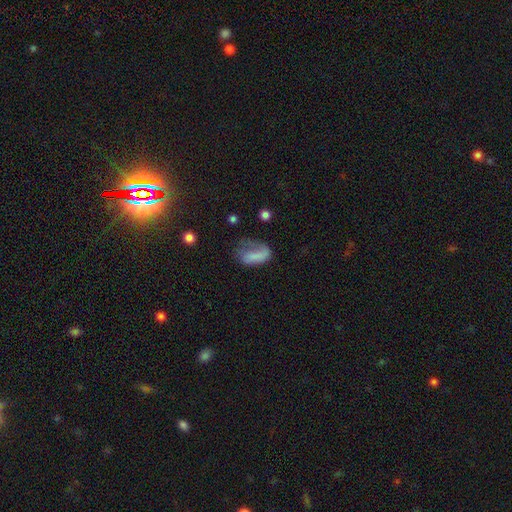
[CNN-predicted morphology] Smooth or featured?
  - smooth: 62% *
  - featured or disk: 28%
  - star or artifact: 10%
How rounded?
  - in between: 86% *
  - round: 9%
  - cigar-shaped: 5%
Merging?
  - major disturbance: 44% *
  - none: 27%
  - minor disturbance: 26%
  - merger: 4%